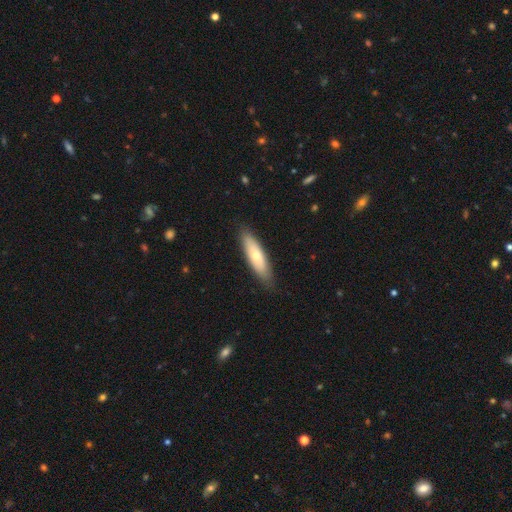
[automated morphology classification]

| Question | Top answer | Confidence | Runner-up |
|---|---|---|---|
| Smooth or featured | smooth | 64% | featured or disk (31%) |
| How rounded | cigar-shaped | 56% | in between (42%) |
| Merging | none | 86% | minor disturbance (11%) |